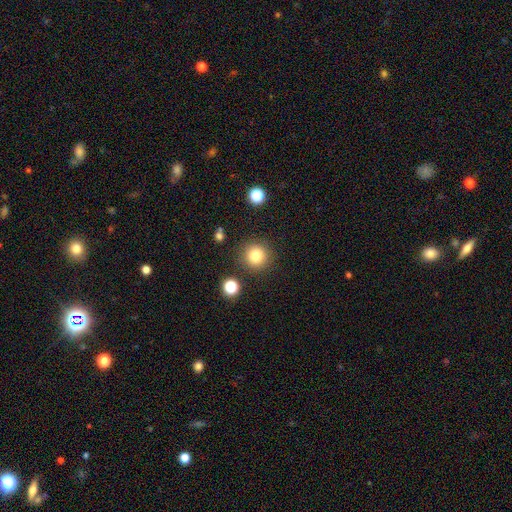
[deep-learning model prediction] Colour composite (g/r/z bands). It shows a smooth galaxy with no disk features (81%) that is round (94%). Merging: none (87%).